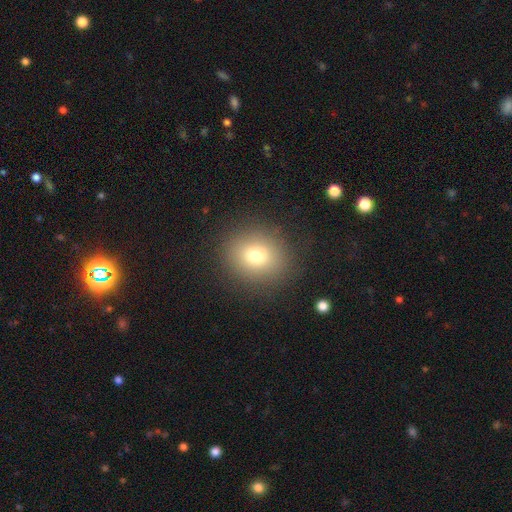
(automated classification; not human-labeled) Morphology: type=smooth (74%); roundness=round (77%); merging=none (86%).